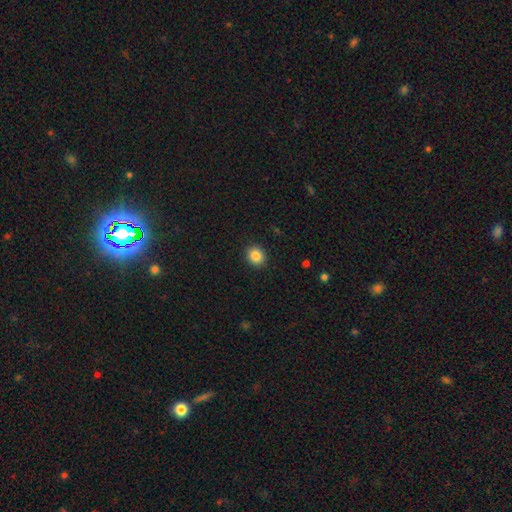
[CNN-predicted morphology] Smooth or featured: smooth — 86% (star or artifact — 10%)
How rounded: round — 77% (in between — 23%)
Merging: none — 91% (minor disturbance — 6%)